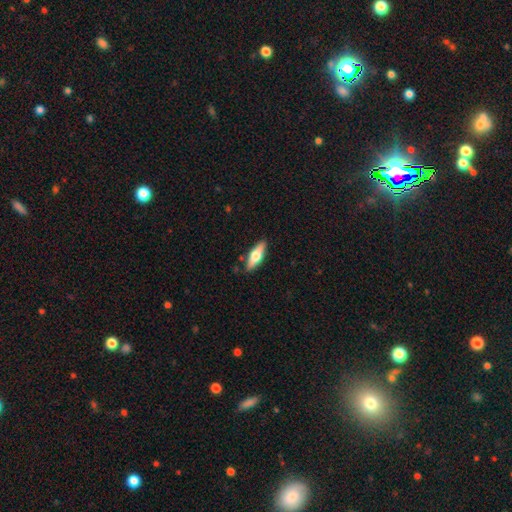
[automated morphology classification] Overall: smooth (55%; featured or disk 40%). How rounded: in between (54%; cigar-shaped 43%). Merging: none (86%).